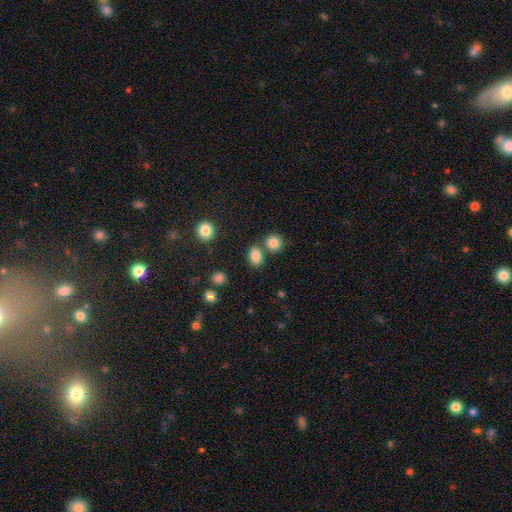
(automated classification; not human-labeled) Smooth or featured?
  - smooth: 84% *
  - star or artifact: 11%
  - featured or disk: 6%
How rounded?
  - in between: 69% *
  - round: 30%
  - cigar-shaped: 1%
Merging?
  - none: 68% *
  - merger: 19%
  - minor disturbance: 10%
  - major disturbance: 3%